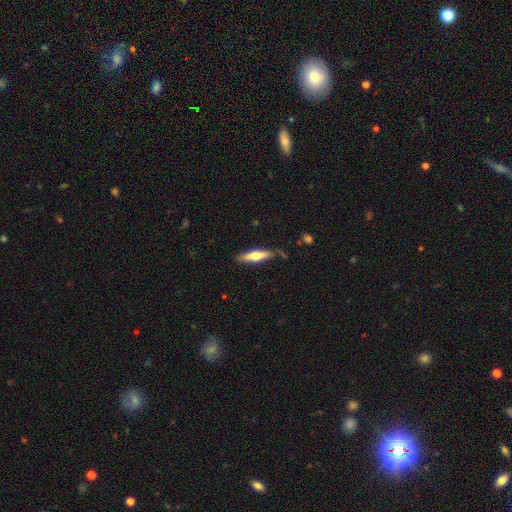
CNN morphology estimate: Smooth or featured: featured or disk — 54% (smooth — 41%)
Edge-on disk: yes — 93% (no — 7%)
Merging: none — 75% (minor disturbance — 18%)